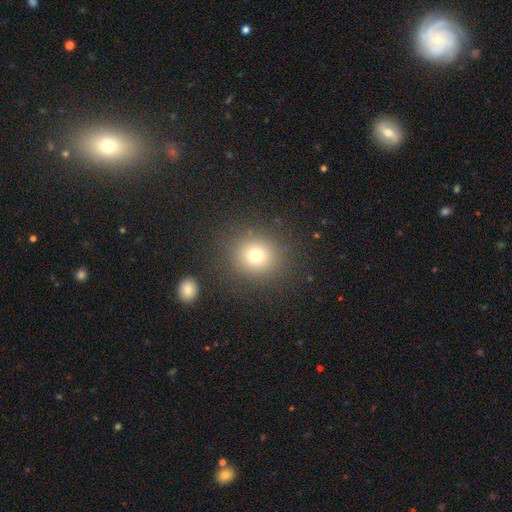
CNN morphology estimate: type=smooth (73%); roundness=round (87%); merging=none (87%).